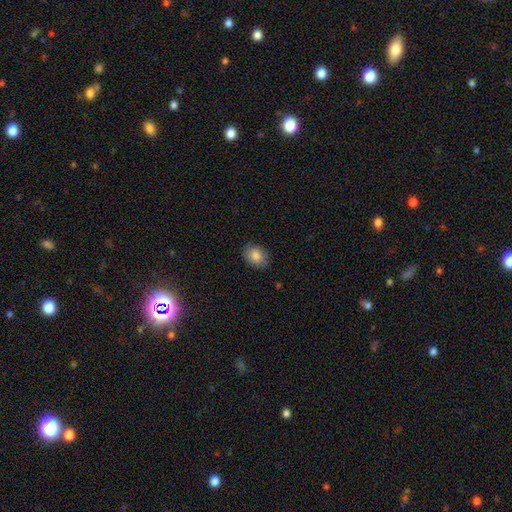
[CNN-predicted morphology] Smooth or featured: smooth — 85% (star or artifact — 8%)
How rounded: in between — 67% (round — 32%)
Merging: none — 86% (minor disturbance — 11%)